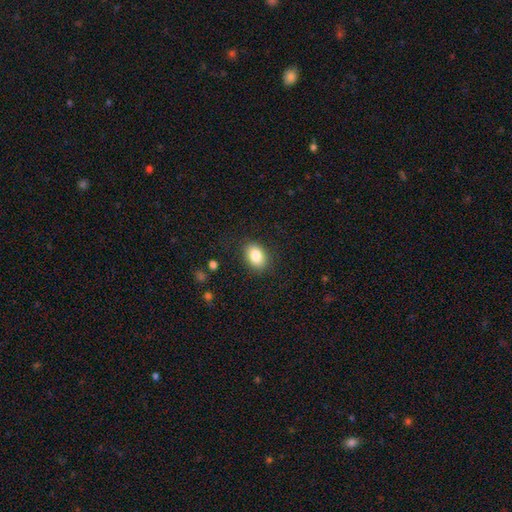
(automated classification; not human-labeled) A smooth galaxy with no disk features (84%) that is in between round and cigar-shaped (82%). Merging: none (86%).